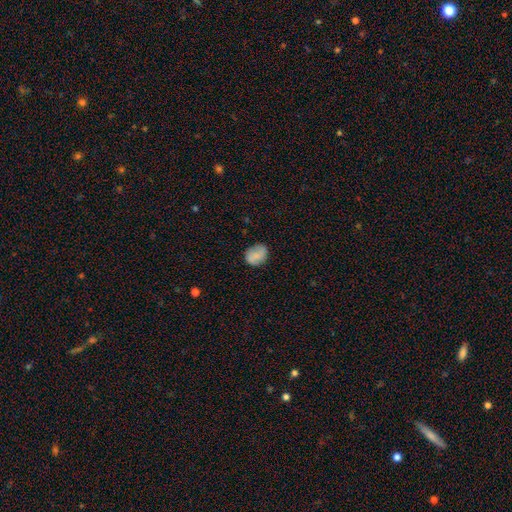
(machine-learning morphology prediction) Q: Smooth or featured?
A: smooth (76%); runner-up: featured or disk (15%)
Q: How rounded?
A: round (50%); runner-up: in between (49%)
Q: Merging?
A: none (78%); runner-up: minor disturbance (16%)